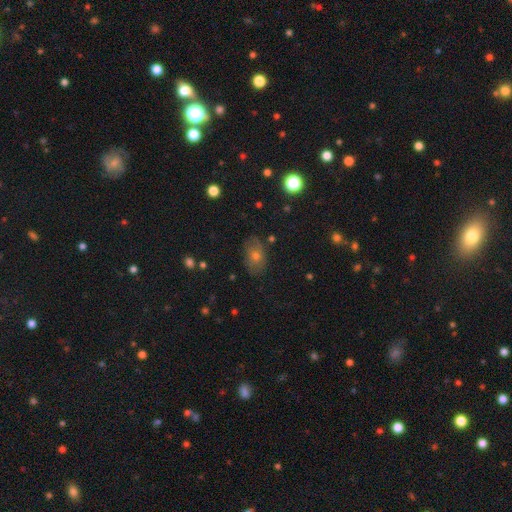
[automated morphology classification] type=smooth (57%); roundness=in between (79%); merging=none (78%).